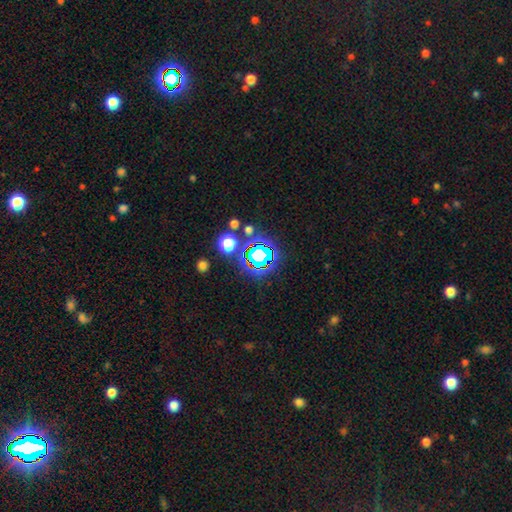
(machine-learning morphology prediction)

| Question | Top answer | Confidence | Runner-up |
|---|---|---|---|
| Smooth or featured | star or artifact | 60% | smooth (27%) |